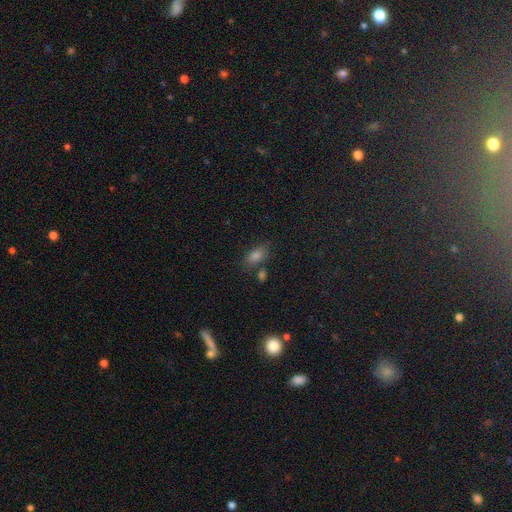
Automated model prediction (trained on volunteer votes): The model was most divided on "smooth or featured": smooth: 72%, star or artifact: 18%, featured or disk: 9%. More confident: how rounded — in between (84%); merging — none (73%).